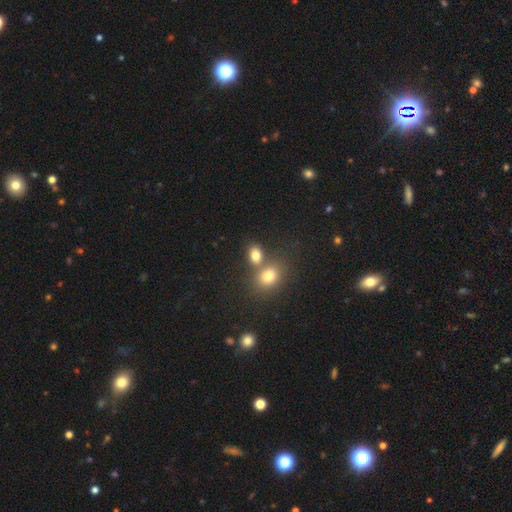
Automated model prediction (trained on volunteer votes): Smooth or featured?
  - smooth: 77% *
  - star or artifact: 13%
  - featured or disk: 10%
How rounded?
  - in between: 63% *
  - round: 35%
  - cigar-shaped: 1%
Merging?
  - none: 49% *
  - merger: 37%
  - minor disturbance: 10%
  - major disturbance: 4%